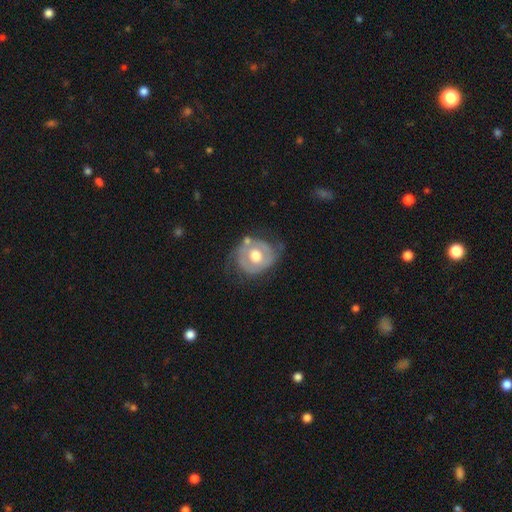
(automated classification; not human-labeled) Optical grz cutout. It shows a featured or disk galaxy (61%) with no bar (80%), no spiral arms (60%) and a moderate central bulge (65%). Merging: none (55%).